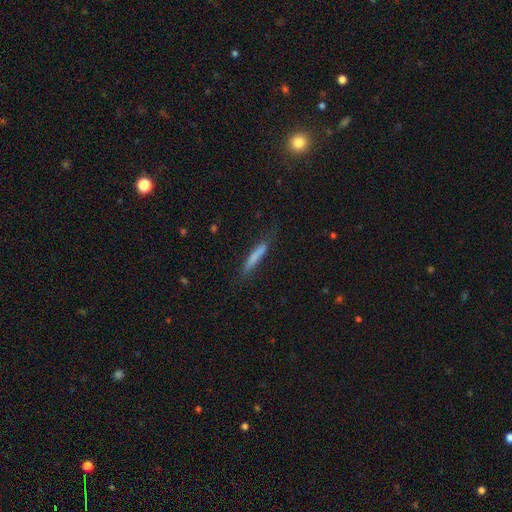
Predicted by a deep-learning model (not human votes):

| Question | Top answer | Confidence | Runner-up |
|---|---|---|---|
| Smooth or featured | smooth | 73% | featured or disk (20%) |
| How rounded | cigar-shaped | 93% | in between (6%) |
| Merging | none | 75% | minor disturbance (19%) |